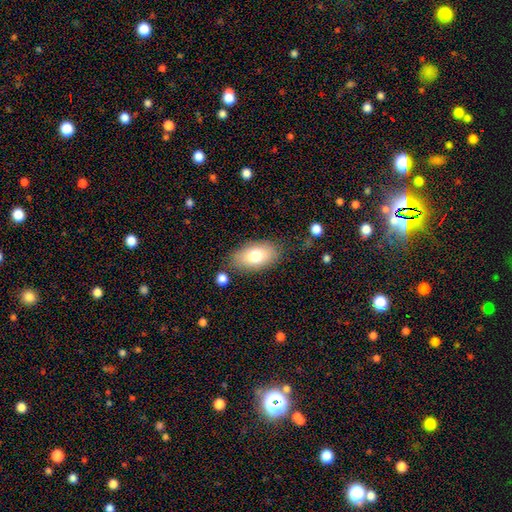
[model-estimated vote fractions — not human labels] Overall: smooth (77%). How rounded: in between (93%). Merging: none (80%).